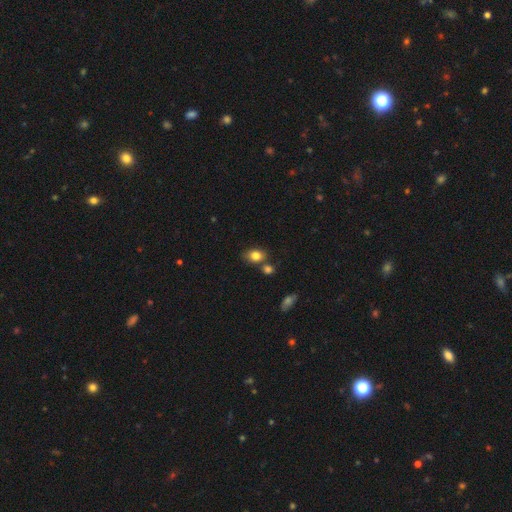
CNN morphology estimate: A smooth galaxy with no disk features (82%) that is in between round and cigar-shaped (66%). Merging: none (66%).